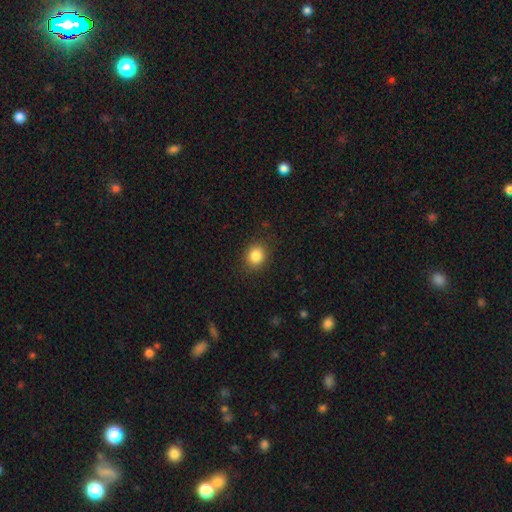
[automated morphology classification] A smooth galaxy with no disk features (84%) that is round (66%).

Vote fractions:
- Smooth or featured? smooth: 84% / star or artifact: 10% / featured or disk: 5%
- How rounded? round: 66% / in between: 33% / cigar-shaped: 1%
- Merging? none: 87% / minor disturbance: 9% / major disturbance: 3% / merger: 1%